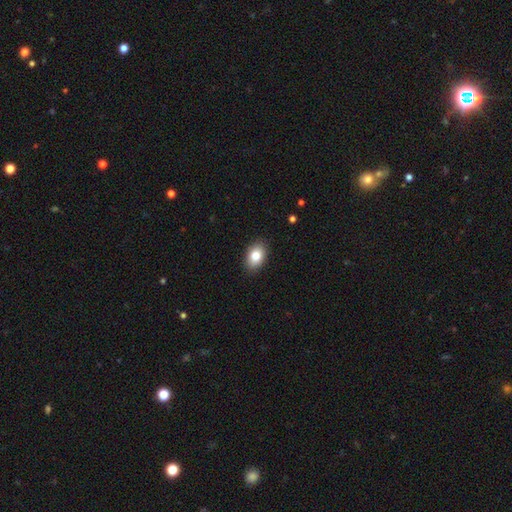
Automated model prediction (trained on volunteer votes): Smooth or featured? Predicted: smooth (p=0.81). How rounded? Predicted: in between (p=0.85). Merging? Predicted: none (p=0.89).